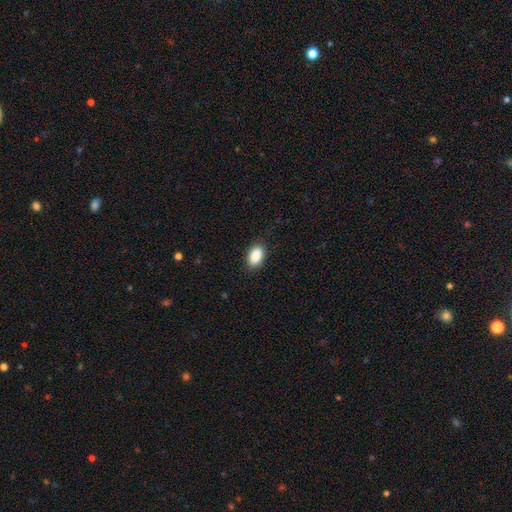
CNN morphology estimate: This appears to be a smooth galaxy with no disk features (89%) that is in between round and cigar-shaped (92%). Merging: none (87%).